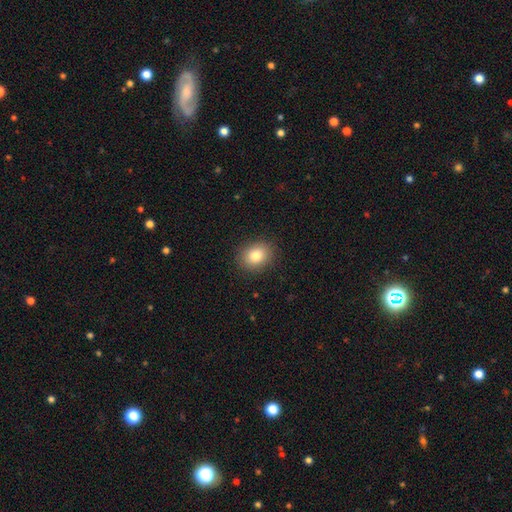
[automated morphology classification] The model was most divided on "how rounded": in between: 50%, round: 49%, cigar-shaped: 1%. More confident: merging — none (89%); smooth or featured — smooth (82%).